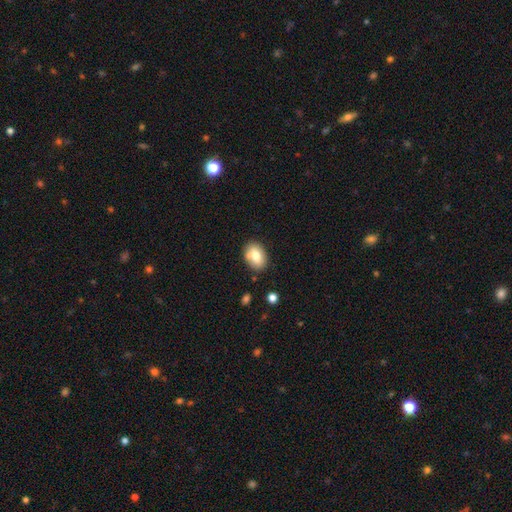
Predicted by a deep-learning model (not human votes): Smooth or featured? Predicted: smooth (p=0.76). How rounded? Predicted: in between (p=0.79). Merging? Predicted: none (p=0.75).